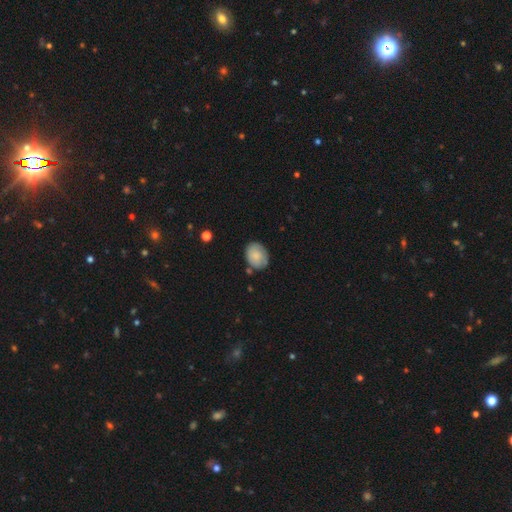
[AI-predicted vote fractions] Morphology: type=smooth (78%); roundness=in between (65%); merging=none (75%).